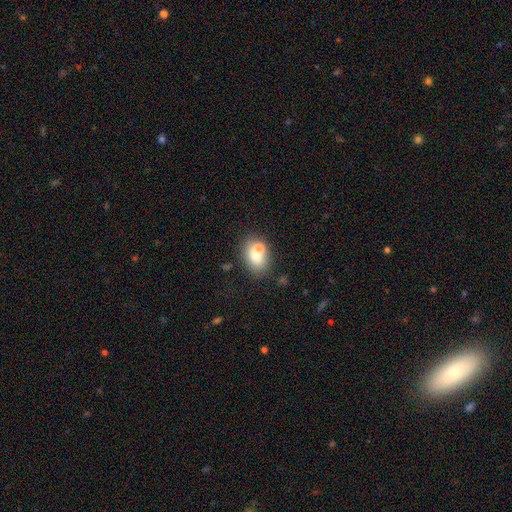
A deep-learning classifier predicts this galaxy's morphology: The model was most divided on "merging": none: 52%, merger: 30%, minor disturbance: 13%, major disturbance: 5%. More confident: smooth or featured — smooth (71%); how rounded — in between (64%).